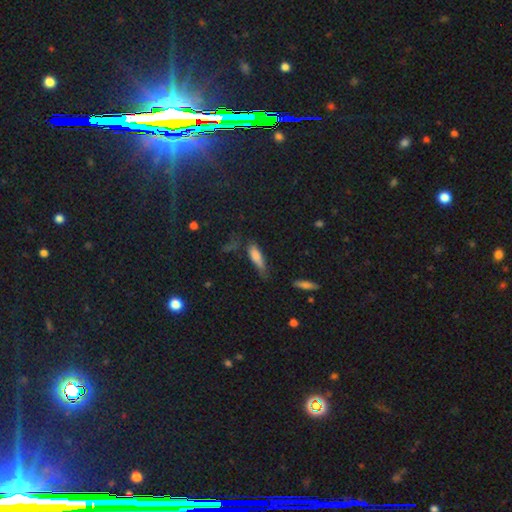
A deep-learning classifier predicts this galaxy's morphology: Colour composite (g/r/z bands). It shows a smooth galaxy with no disk features (75%) that is cigar-shaped (53%). Merging: none (41%).